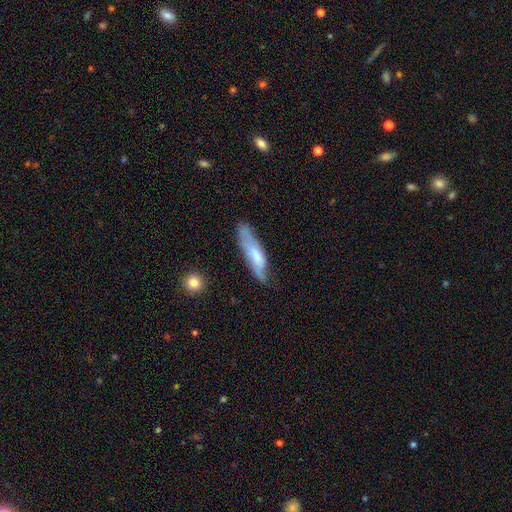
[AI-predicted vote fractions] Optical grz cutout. It shows a smooth galaxy with no disk features (56%) that is cigar-shaped (71%). Merging: none (58%).